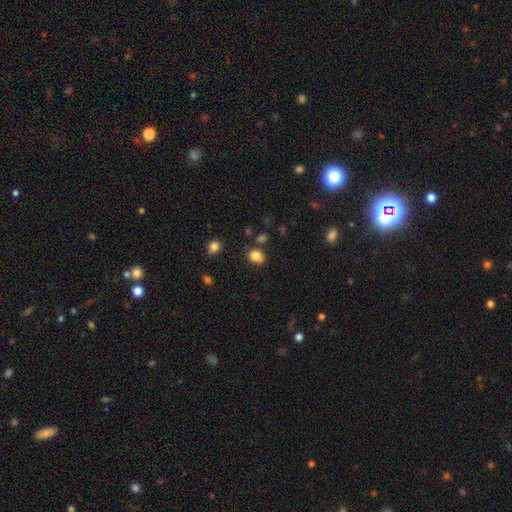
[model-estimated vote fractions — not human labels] Q: Smooth or featured?
A: smooth (82%); runner-up: star or artifact (12%)
Q: How rounded?
A: round (63%); runner-up: in between (37%)
Q: Merging?
A: none (72%); runner-up: minor disturbance (17%)